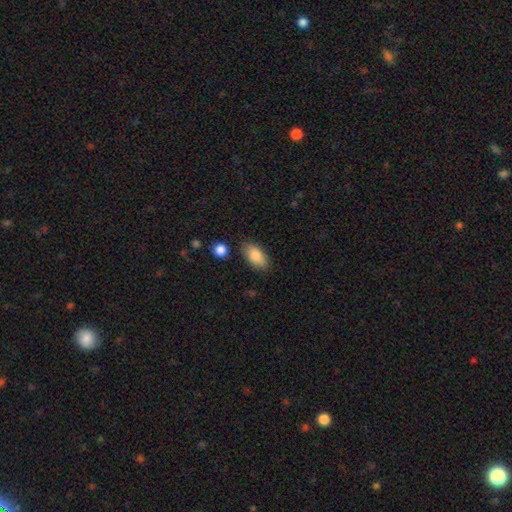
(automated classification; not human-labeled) This is clearly a smooth galaxy (87%). How rounded: clearly in between (92%). Merging: clearly none (83%).